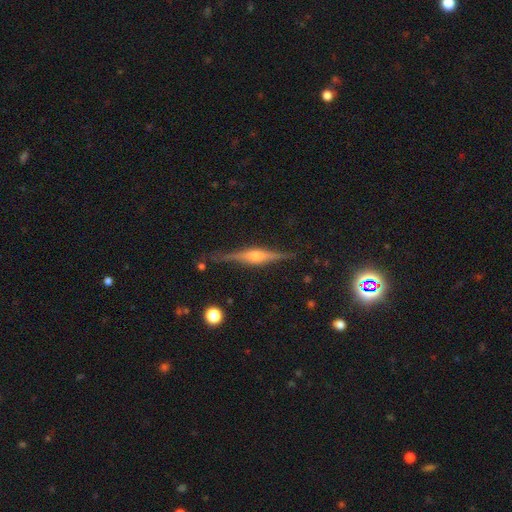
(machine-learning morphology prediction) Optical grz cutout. It shows a featured or disk galaxy (83%) viewed edge-on (98%) with a rounded central bulge (84%). Merging: none (86%).